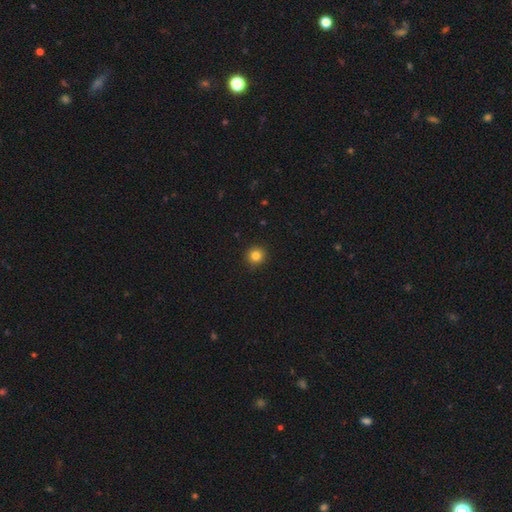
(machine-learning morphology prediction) Q: Smooth or featured?
A: smooth (83%); runner-up: star or artifact (12%)
Q: How rounded?
A: round (95%); runner-up: in between (4%)
Q: Merging?
A: none (93%); runner-up: minor disturbance (5%)